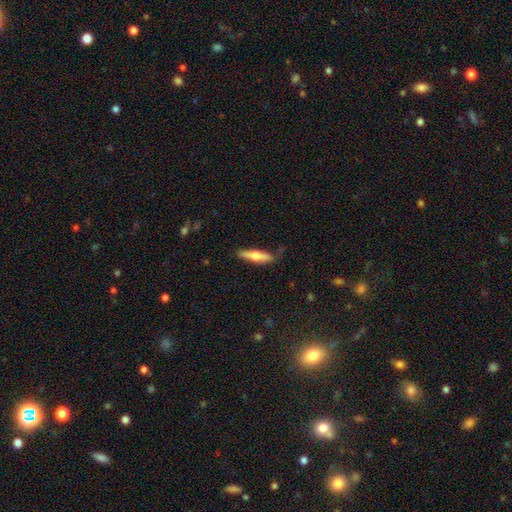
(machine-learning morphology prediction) A smooth galaxy with no disk features (60%) that is cigar-shaped (78%). Merging: none (78%).